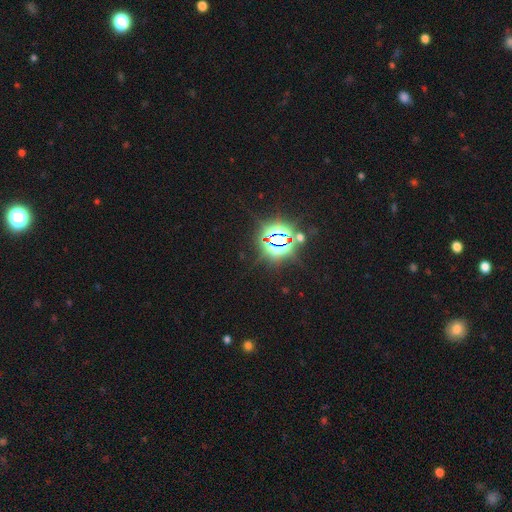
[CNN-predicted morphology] Q: Smooth or featured?
A: star or artifact (82%); runner-up: smooth (13%)